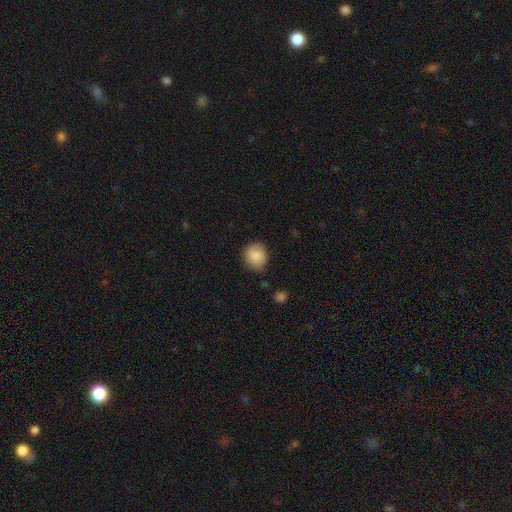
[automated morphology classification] The model was most divided on "merging": none: 77%, minor disturbance: 18%, major disturbance: 4%, merger: 2%. More confident: smooth or featured — smooth (86%); how rounded — round (84%).